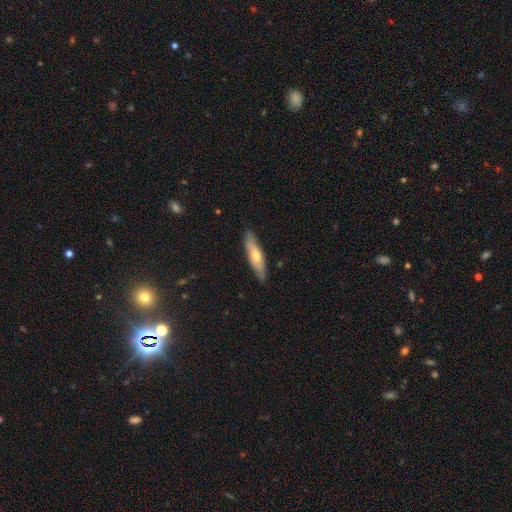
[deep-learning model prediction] This appears to be a smooth galaxy with no disk features (52%) that is cigar-shaped (72%). Merging: none (84%).